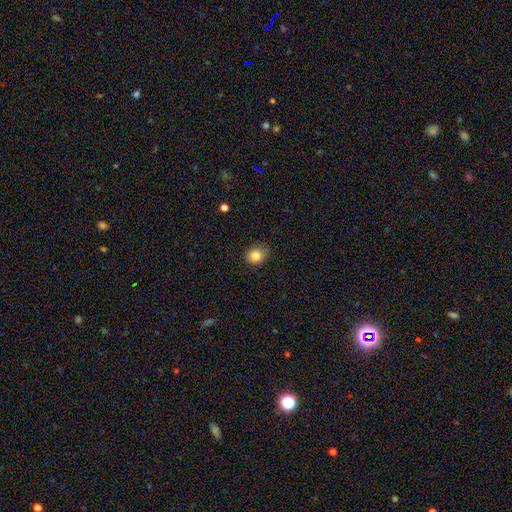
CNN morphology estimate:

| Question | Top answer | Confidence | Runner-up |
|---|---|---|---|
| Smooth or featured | smooth | 84% | star or artifact (10%) |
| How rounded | round | 74% | in between (25%) |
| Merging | none | 83% | minor disturbance (13%) |